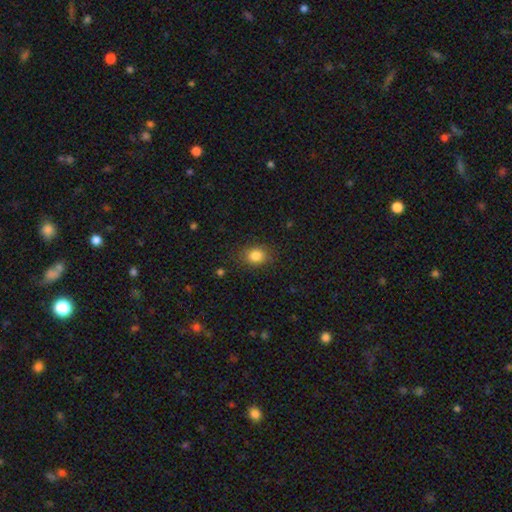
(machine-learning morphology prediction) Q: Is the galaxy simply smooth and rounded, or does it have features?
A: smooth — 84%.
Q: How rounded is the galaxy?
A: round — 53%.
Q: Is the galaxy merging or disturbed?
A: none — 84%.